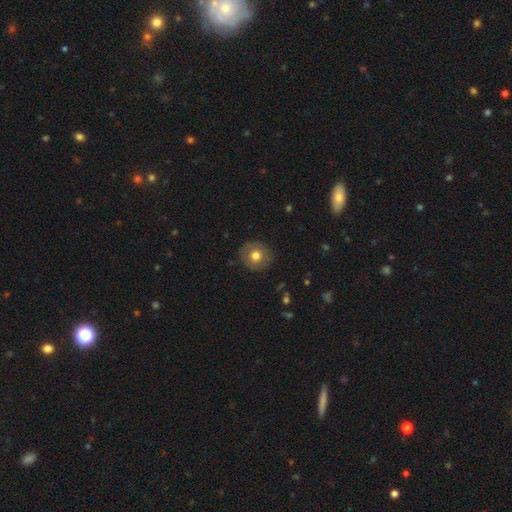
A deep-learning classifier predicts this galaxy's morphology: Q: Smooth or featured?
A: smooth (73%); runner-up: featured or disk (19%)
Q: How rounded?
A: round (91%); runner-up: in between (8%)
Q: Merging?
A: none (87%); runner-up: minor disturbance (9%)